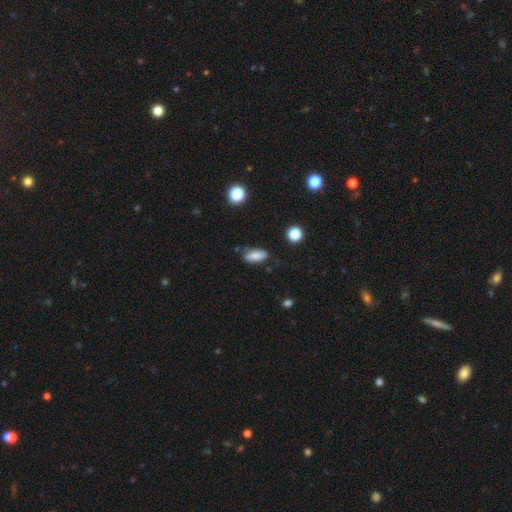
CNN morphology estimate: smooth_or_featured: smooth (p=0.81) [alt: featured or disk p=0.10]
how_rounded: in between (p=0.86) [alt: cigar-shaped p=0.10]
merging: none (p=0.73) [alt: minor disturbance p=0.20]